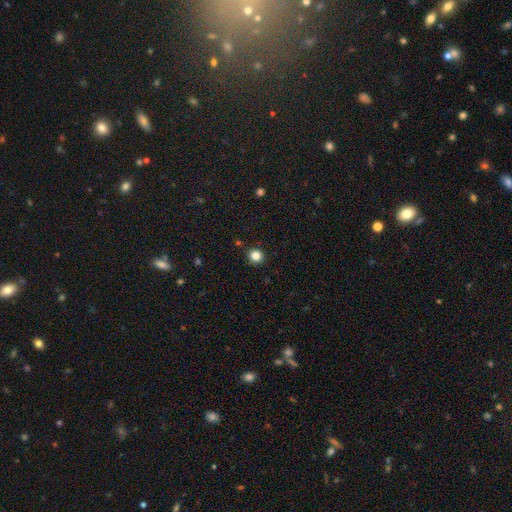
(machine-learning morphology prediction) Smooth or featured? Predicted: smooth (p=0.84). How rounded? Predicted: round (p=0.92). Merging? Predicted: none (p=0.91).